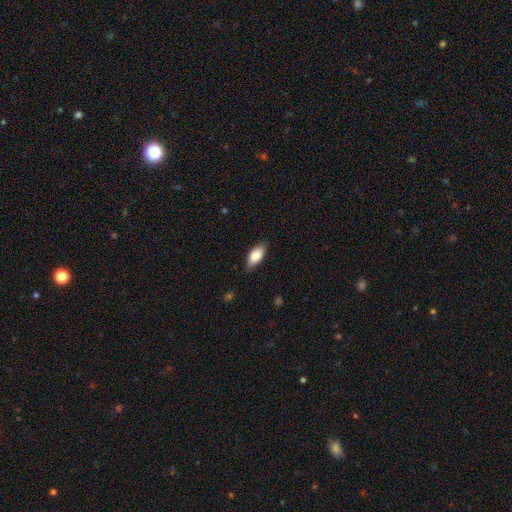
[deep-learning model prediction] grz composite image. It shows a smooth galaxy with no disk features (83%) that is in between round and cigar-shaped (90%). Merging: none (80%).